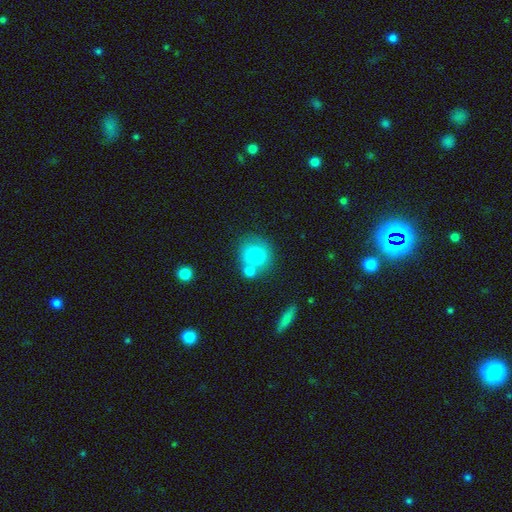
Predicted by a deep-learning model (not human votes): This appears to be a smooth galaxy with no disk features (79%) that is round (80%). Merging: none (53%).